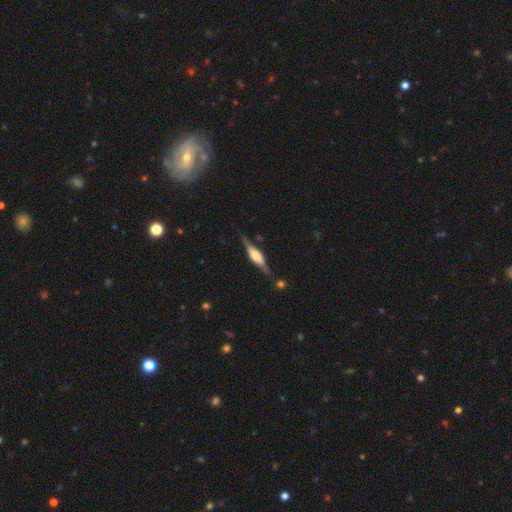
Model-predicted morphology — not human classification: The model was most divided on "edge-on bulge": rounded: 61%, boxy: 35%, none: 4%. More confident: edge-on disk — yes (96%); merging — none (80%); smooth or featured — featured or disk (75%).